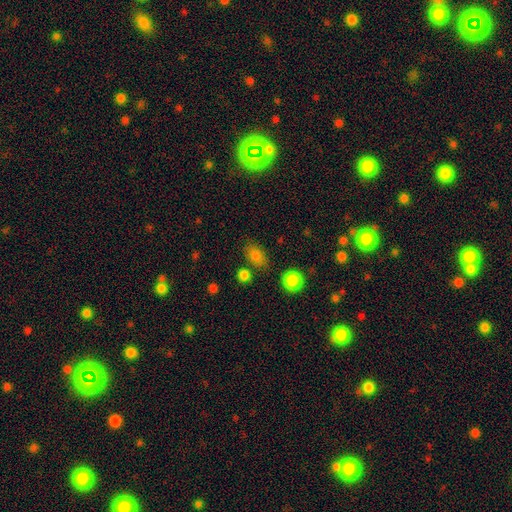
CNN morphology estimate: Smooth or featured?
  - smooth: 83% *
  - star or artifact: 11%
  - featured or disk: 6%
How rounded?
  - in between: 79% *
  - round: 19%
  - cigar-shaped: 2%
Merging?
  - none: 76% *
  - minor disturbance: 14%
  - merger: 6%
  - major disturbance: 4%